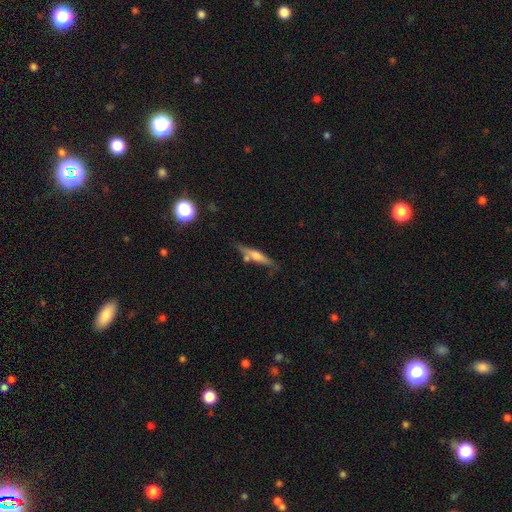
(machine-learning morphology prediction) This is possibly a featured or disk galaxy (52%). It is clearly viewed edge-on (93%). Merging: likely none (69%).